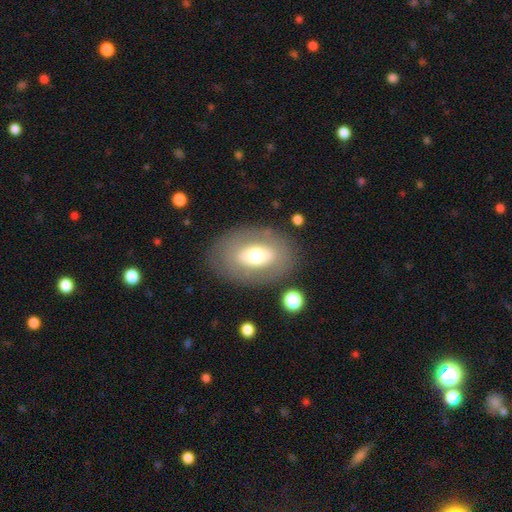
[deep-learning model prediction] This is possibly a smooth galaxy (54%). How rounded: clearly in between (84%). Merging: clearly none (80%).